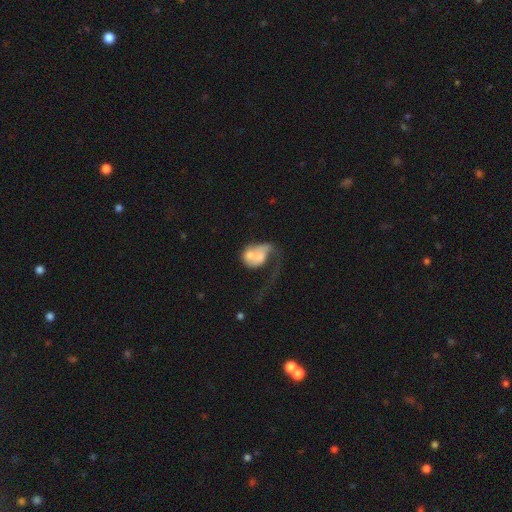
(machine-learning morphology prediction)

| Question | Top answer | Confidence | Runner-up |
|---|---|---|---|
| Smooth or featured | featured or disk | 48% | smooth (44%) |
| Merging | merger | 46% | major disturbance (32%) |